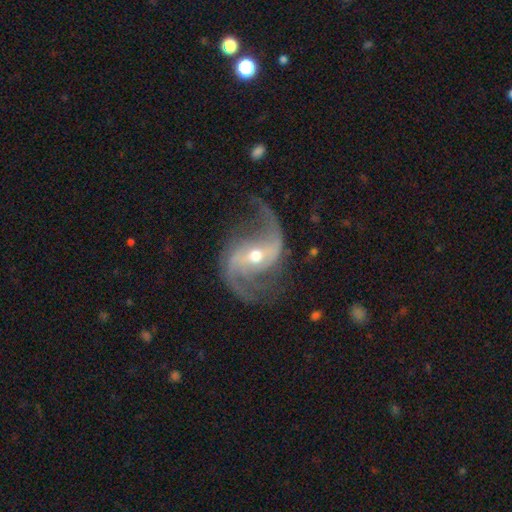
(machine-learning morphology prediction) The model was most divided on "bar": weak: 40%, strong: 35%, no: 25%. More confident: spiral arms — yes (98%); edge-on disk — no (98%); spiral arm count — 2 (92%); smooth or featured — featured or disk (92%); merging — none (73%); bulge size — moderate (63%); spiral winding — loose (52%).